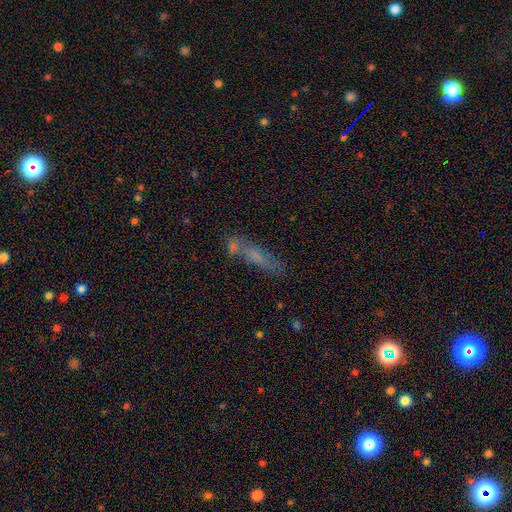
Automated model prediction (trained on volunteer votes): Smooth or featured? Predicted: smooth (p=0.55). How rounded? Predicted: cigar-shaped (p=0.71). Merging? Predicted: none (p=0.54).